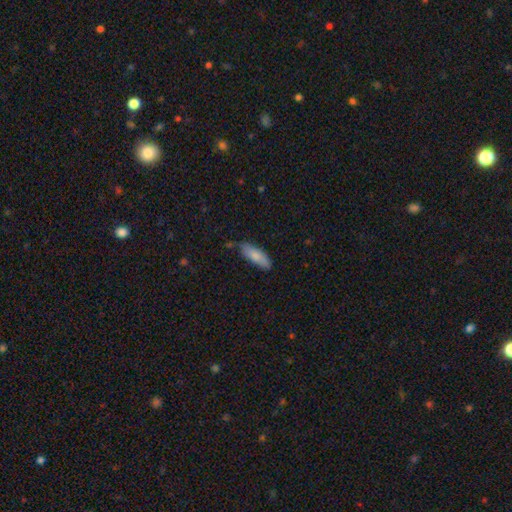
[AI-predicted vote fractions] The model was most divided on "how rounded": in between: 62%, cigar-shaped: 36%, round: 2%. More confident: smooth or featured — smooth (80%); merging — none (66%).